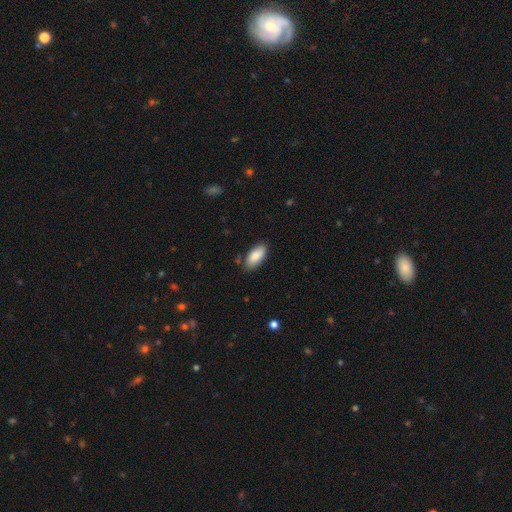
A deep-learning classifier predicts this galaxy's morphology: The model was most divided on "merging": none: 80%, minor disturbance: 15%, major disturbance: 3%, merger: 2%. More confident: how rounded — in between (91%); smooth or featured — smooth (86%).